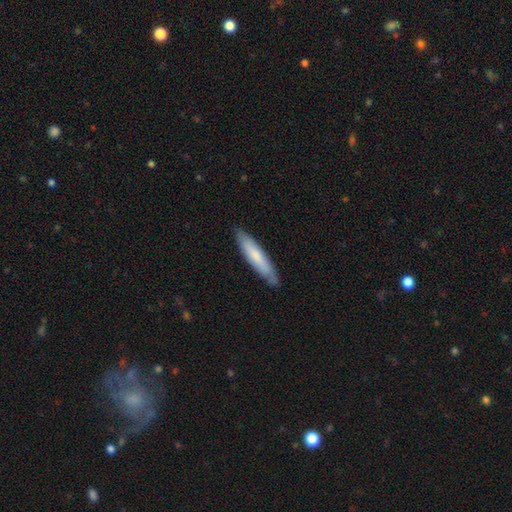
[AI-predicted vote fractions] Overall: smooth (69%). How rounded: cigar-shaped (83%). Merging: none (85%).